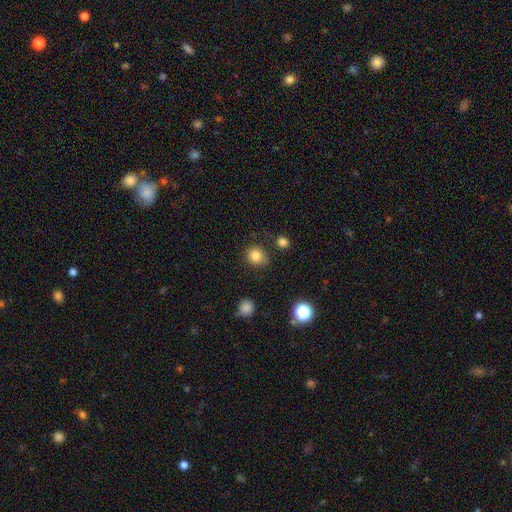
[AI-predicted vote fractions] A smooth galaxy with no disk features (82%) that is round (79%). Merging: none (75%).